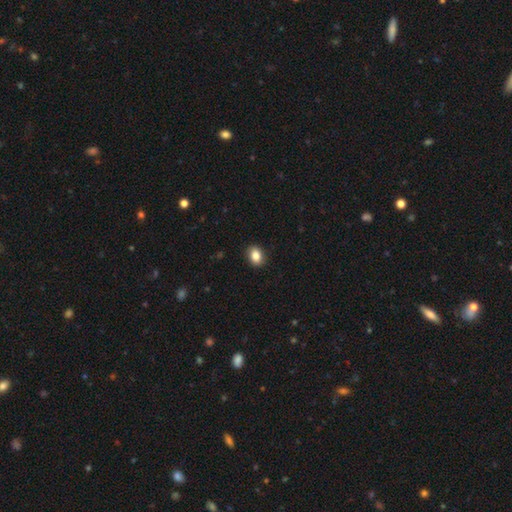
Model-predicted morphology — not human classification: smooth 85%, star or artifact 8%, featured or disk 7%. Down the decision tree: how rounded — in between (71%); merging — none (90%).